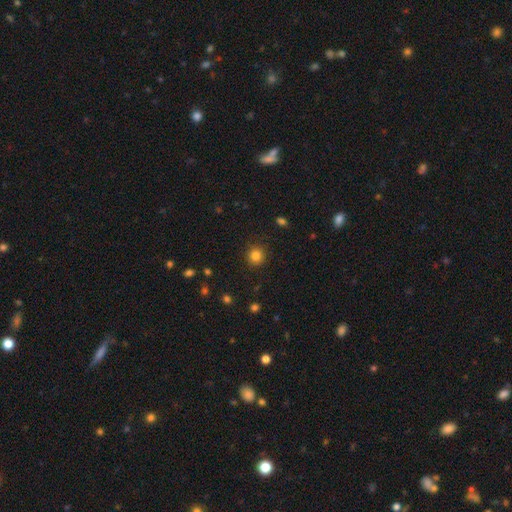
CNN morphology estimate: type=smooth (83%); roundness=round (93%); merging=none (91%).